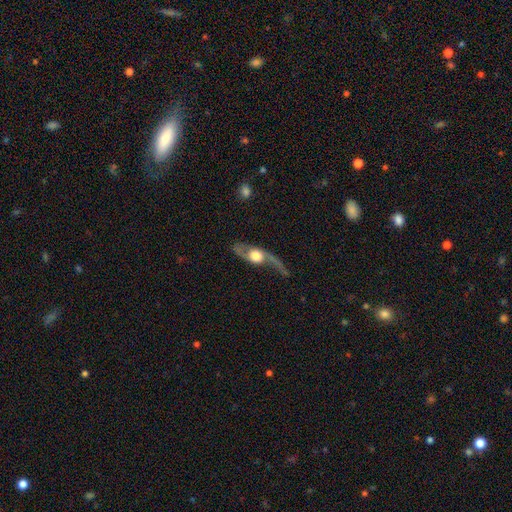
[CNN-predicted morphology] Smooth or featured? Predicted: featured or disk (p=0.74). Edge-on disk? Predicted: no (p=0.63). Merging? Predicted: none (p=0.48).